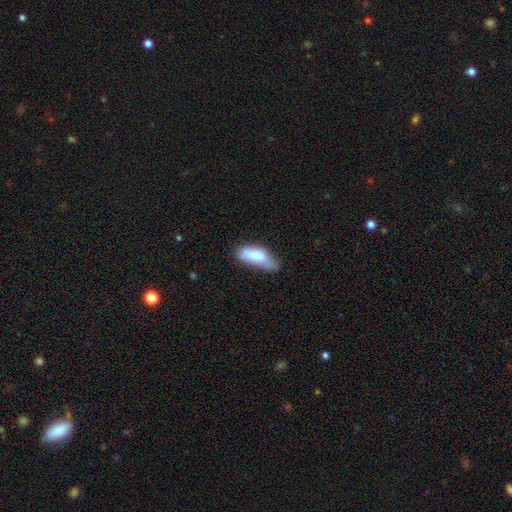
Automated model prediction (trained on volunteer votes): Overall: smooth (74%). How rounded: in between (74%). Merging: minor disturbance (38%, tied with none).